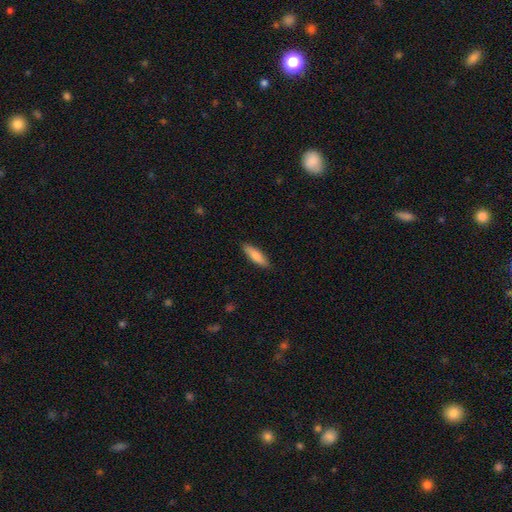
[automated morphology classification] Smooth or featured: smooth — 83% (featured or disk — 12%)
How rounded: cigar-shaped — 56% (in between — 42%)
Merging: none — 87% (minor disturbance — 10%)